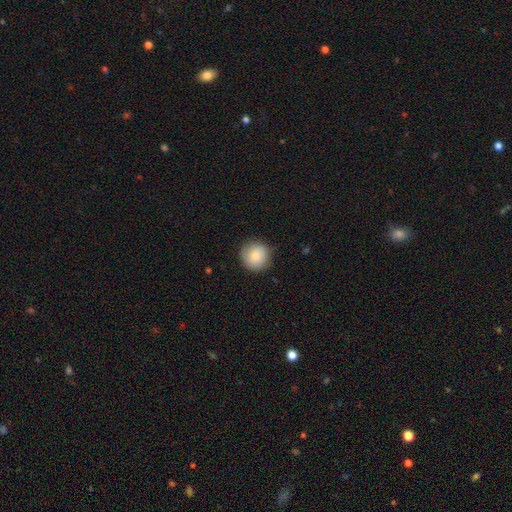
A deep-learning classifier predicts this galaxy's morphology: Smooth or featured: smooth — 83% (featured or disk — 9%)
How rounded: round — 94% (in between — 5%)
Merging: none — 87% (minor disturbance — 9%)